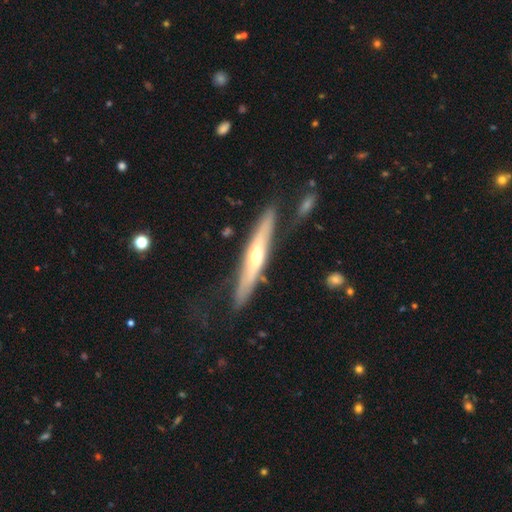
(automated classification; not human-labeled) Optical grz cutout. It shows a featured or disk galaxy (64%) viewed edge-on (84%) with a rounded central bulge (78%). Merging: none (78%).